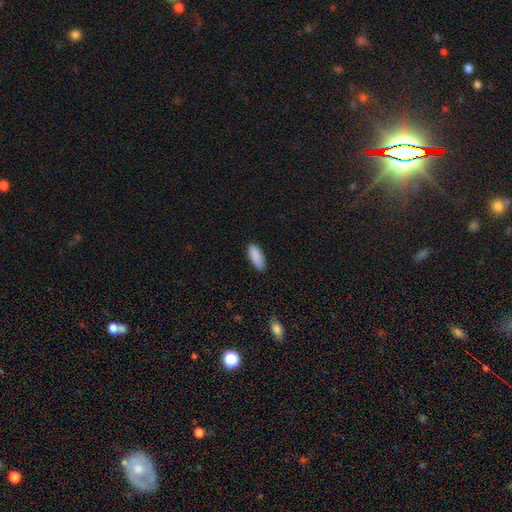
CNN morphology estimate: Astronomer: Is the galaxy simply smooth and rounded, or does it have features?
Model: smooth — 90%.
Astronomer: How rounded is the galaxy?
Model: in between — 78%.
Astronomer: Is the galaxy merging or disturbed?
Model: none — 84%.